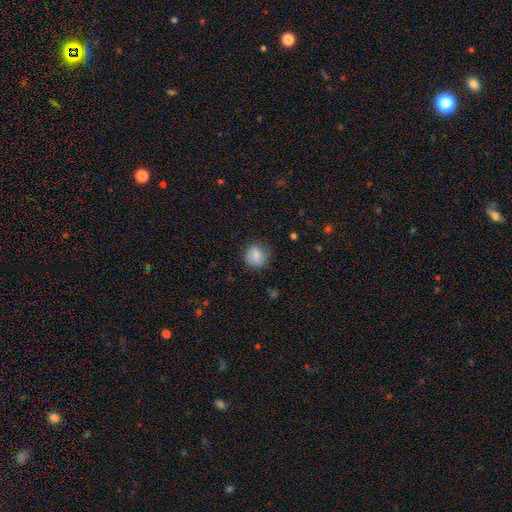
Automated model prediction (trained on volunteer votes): A smooth galaxy with no disk features (83%) that is round (87%).

Vote fractions:
- Smooth or featured? smooth: 83% / featured or disk: 9% / star or artifact: 8%
- How rounded? round: 87% / in between: 12% / cigar-shaped: 1%
- Merging? none: 79% / minor disturbance: 16% / major disturbance: 4% / merger: 1%